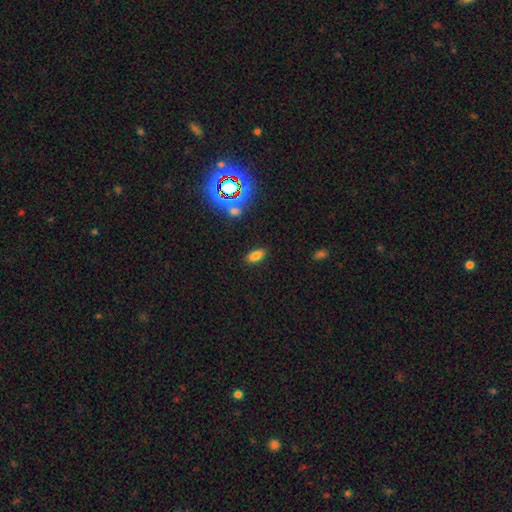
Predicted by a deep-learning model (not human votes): smooth-or-featured: smooth: 77% | star or artifact: 16% | featured or disk: 7%
  how-rounded: in between: 88% | cigar-shaped: 8% | round: 4%
  merging: none: 86% | minor disturbance: 9% | major disturbance: 3% | merger: 2%